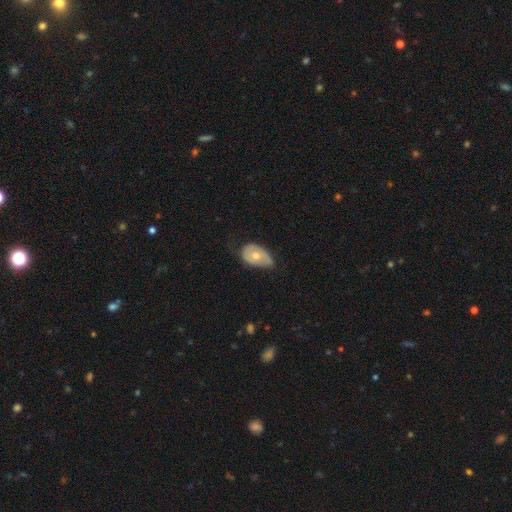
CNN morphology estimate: smooth-or-featured: smooth: 56% | featured or disk: 38% | star or artifact: 7%
  how-rounded: in between: 86% | round: 12% | cigar-shaped: 1%
  merging: minor disturbance: 44% | none: 41% | major disturbance: 13% | merger: 2%